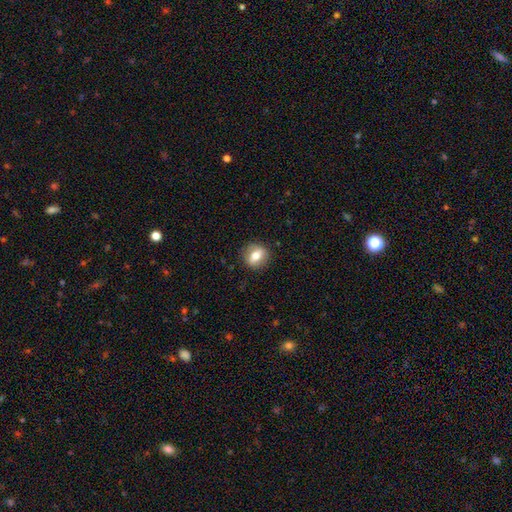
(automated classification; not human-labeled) Q: Smooth or featured?
A: smooth (65%); runner-up: featured or disk (27%)
Q: How rounded?
A: round (67%); runner-up: in between (31%)
Q: Merging?
A: none (87%); runner-up: minor disturbance (9%)